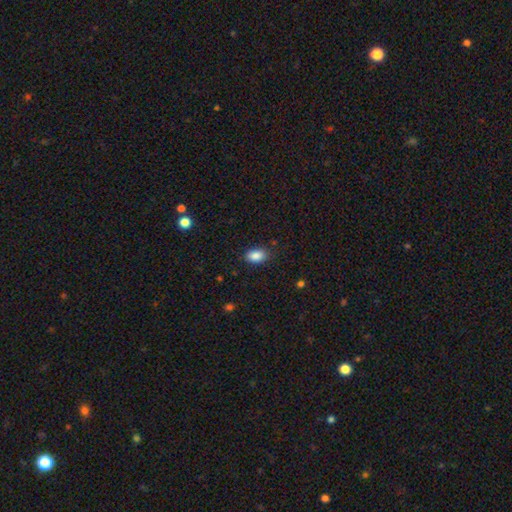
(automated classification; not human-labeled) Q: Smooth or featured?
A: smooth (87%); runner-up: star or artifact (8%)
Q: How rounded?
A: in between (88%); runner-up: round (11%)
Q: Merging?
A: none (86%); runner-up: minor disturbance (11%)